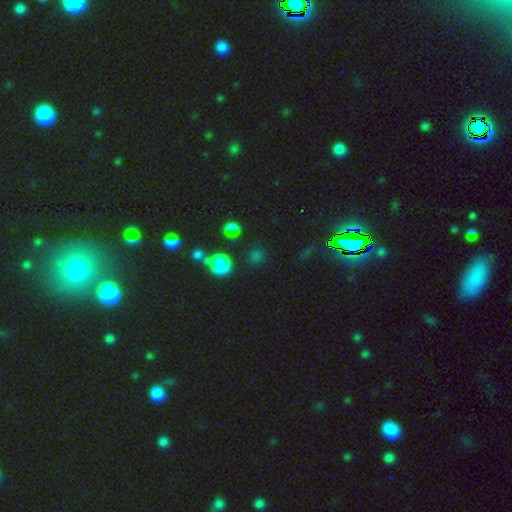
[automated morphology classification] smooth 58%, star or artifact 35%, featured or disk 7%. Down the decision tree: how rounded — round (82%); merging — none (72%).